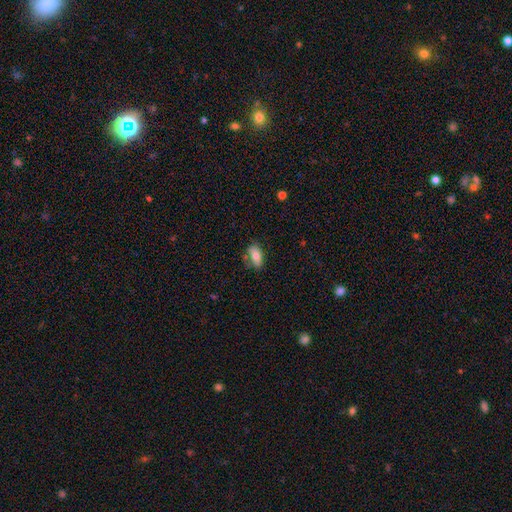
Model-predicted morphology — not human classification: smooth_or_featured: smooth (p=0.76) [alt: featured or disk p=0.17]
how_rounded: in between (p=0.90) [alt: cigar-shaped p=0.05]
merging: none (p=0.65) [alt: minor disturbance p=0.23]